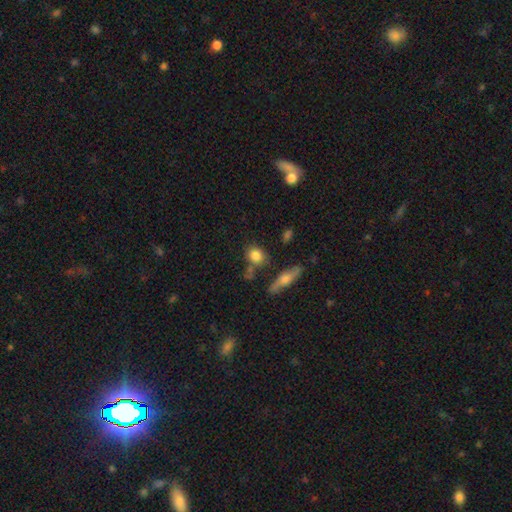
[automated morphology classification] smooth_or_featured: smooth (p=0.82) [alt: featured or disk p=0.10]
how_rounded: round (p=0.61) [alt: in between p=0.34]
merging: none (p=0.69) [alt: minor disturbance p=0.14]